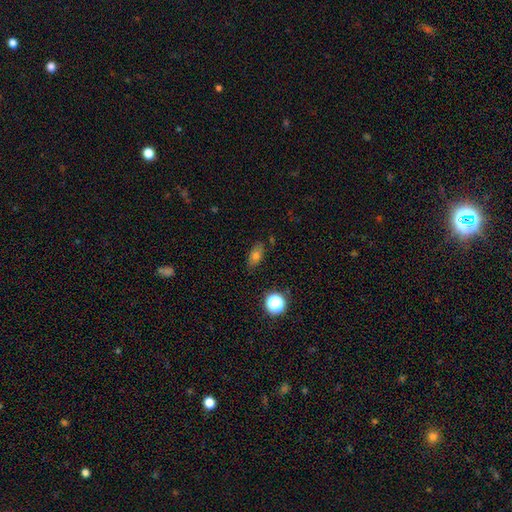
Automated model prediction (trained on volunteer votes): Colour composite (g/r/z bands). It shows a smooth galaxy with no disk features (69%) that is in between round and cigar-shaped (79%). Merging: none (81%).